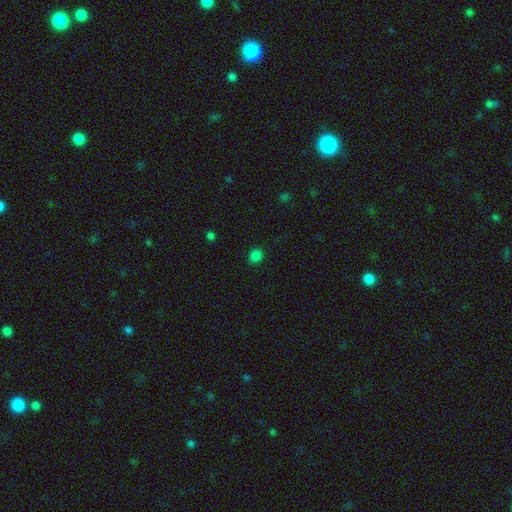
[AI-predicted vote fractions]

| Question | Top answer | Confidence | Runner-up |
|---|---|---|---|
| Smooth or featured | smooth | 83% | star or artifact (15%) |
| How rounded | round | 80% | in between (19%) |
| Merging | none | 90% | minor disturbance (7%) |